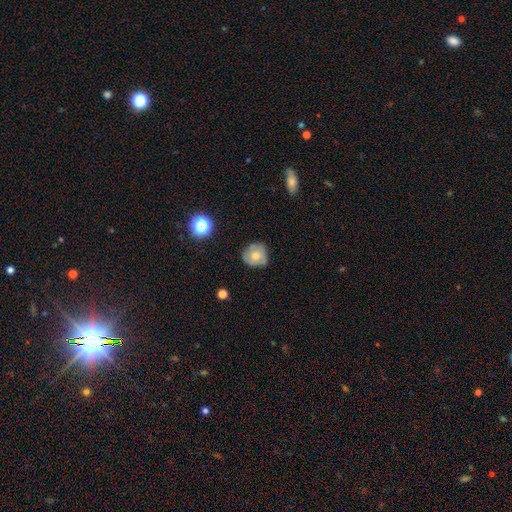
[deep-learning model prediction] Smooth or featured: smooth — 55% (featured or disk — 35%)
How rounded: round — 81% (in between — 18%)
Merging: none — 70% (minor disturbance — 23%)